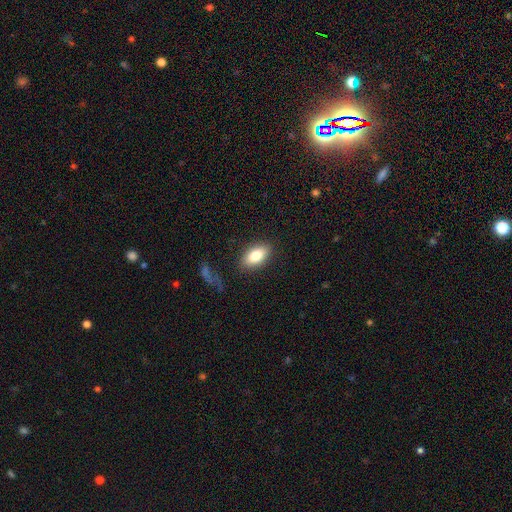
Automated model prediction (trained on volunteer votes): The model was most divided on "smooth or featured": smooth: 82%, featured or disk: 10%, star or artifact: 7%. More confident: how rounded — in between (91%); merging — none (85%).